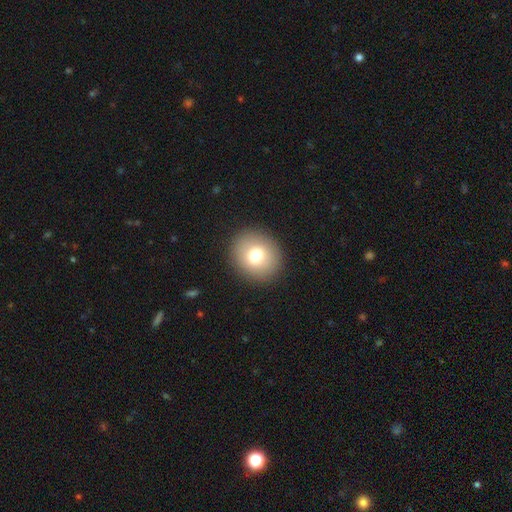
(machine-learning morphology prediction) A smooth galaxy with no disk features (76%) that is round (83%). Merging: none (91%).